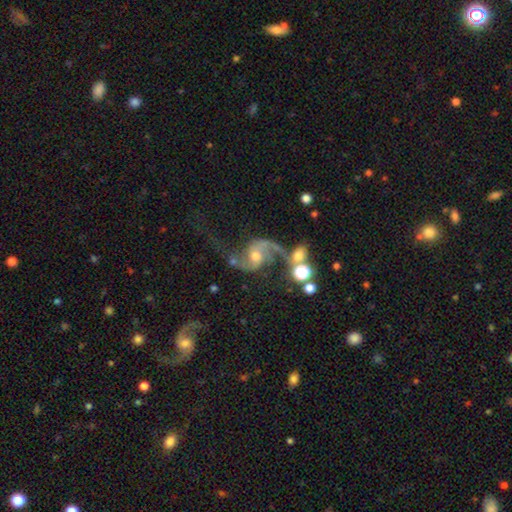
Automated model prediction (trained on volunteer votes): Smooth or featured? featured or disk (87%)
Edge-on disk? no (98%)
Bar? no (55%)
Spiral arms? yes (97%)
Spiral winding? loose (69%)
Spiral arm count? 2 (92%)
Bulge size? moderate (61%)
Merging? none (50%)